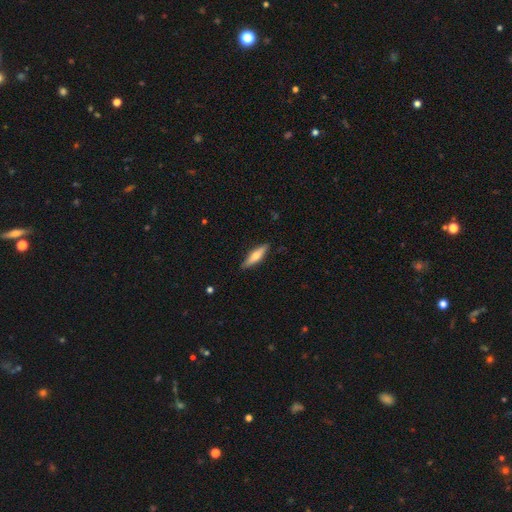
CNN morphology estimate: smooth_or_featured: smooth (p=0.52) [alt: featured or disk p=0.42]
how_rounded: cigar-shaped (p=0.72) [alt: in between p=0.26]
merging: none (p=0.88) [alt: minor disturbance p=0.10]